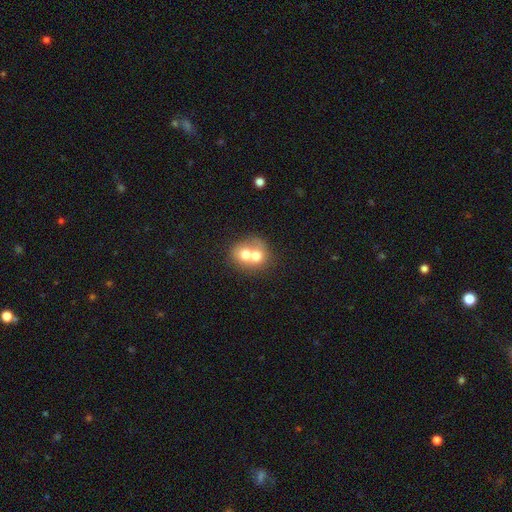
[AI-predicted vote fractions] A smooth galaxy with no disk features (65%) that is round (67%). Merging: merger (74%).